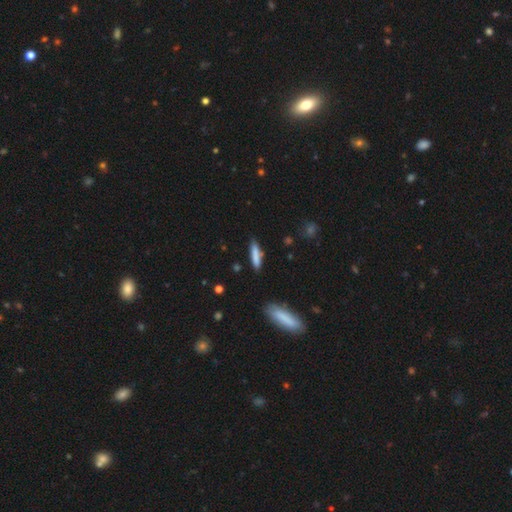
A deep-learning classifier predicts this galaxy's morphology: Smooth or featured? Predicted: smooth (p=0.80). How rounded? Predicted: cigar-shaped (p=0.82). Merging? Predicted: none (p=0.84).